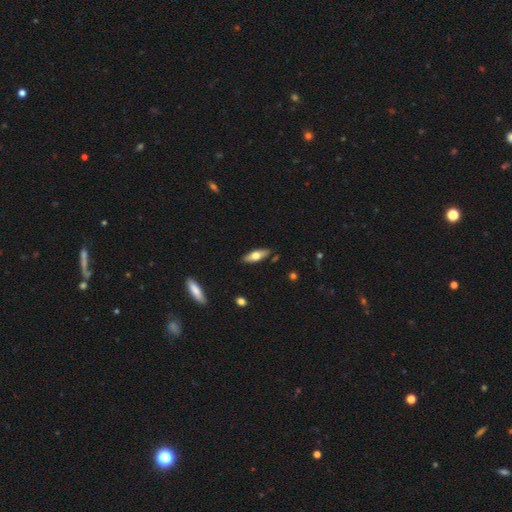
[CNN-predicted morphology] Smooth or featured: smooth — 61% (featured or disk — 34%)
How rounded: in between — 57% (cigar-shaped — 41%)
Merging: none — 87% (minor disturbance — 10%)